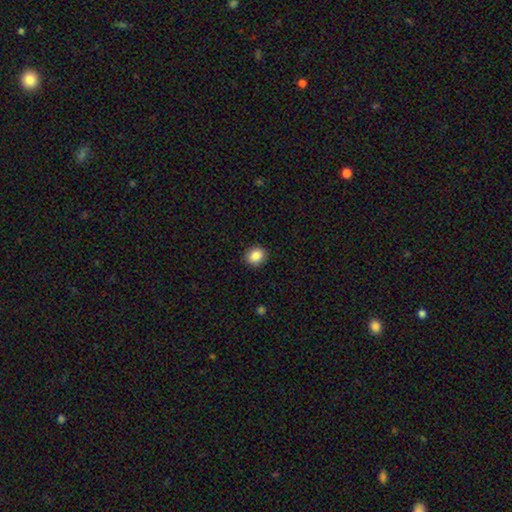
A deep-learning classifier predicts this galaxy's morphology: smooth-or-featured: smooth: 88% | star or artifact: 8% | featured or disk: 4%
  how-rounded: round: 56% | in between: 43% | cigar-shaped: 1%
  merging: none: 90% | minor disturbance: 7% | major disturbance: 2% | merger: 1%